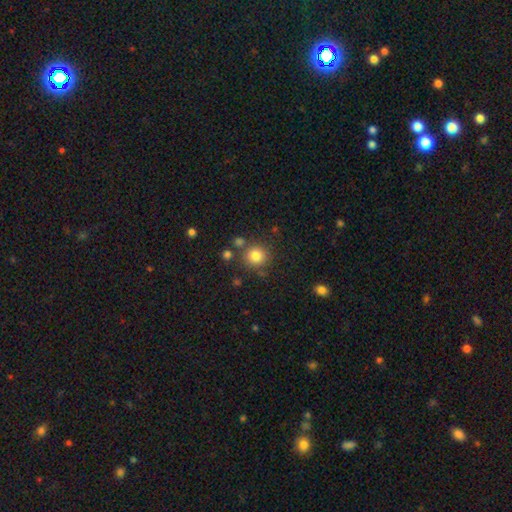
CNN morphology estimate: This appears to be a smooth galaxy with no disk features (82%) that is round (91%). Merging: none (79%).